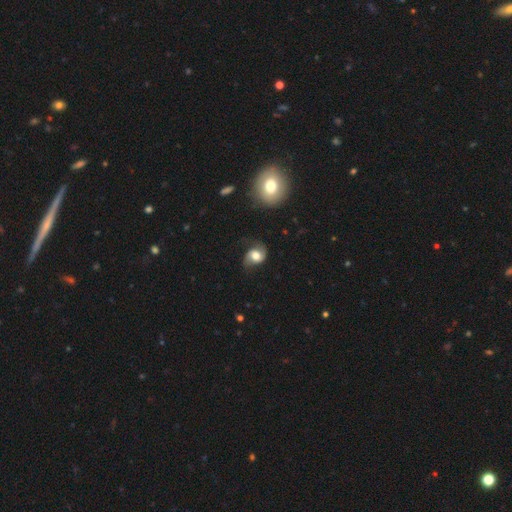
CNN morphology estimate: smooth_or_featured: featured or disk (p=0.55) [alt: smooth p=0.37]
disk_edge_on: no (p=0.97) [alt: yes p=0.03]
bar: no (p=0.62) [alt: weak p=0.31]
has_spiral_arms: yes (p=0.88) [alt: no p=0.12]
bulge_size: moderate (p=0.46) [alt: large p=0.38]
merging: none (p=0.59) [alt: minor disturbance p=0.25]